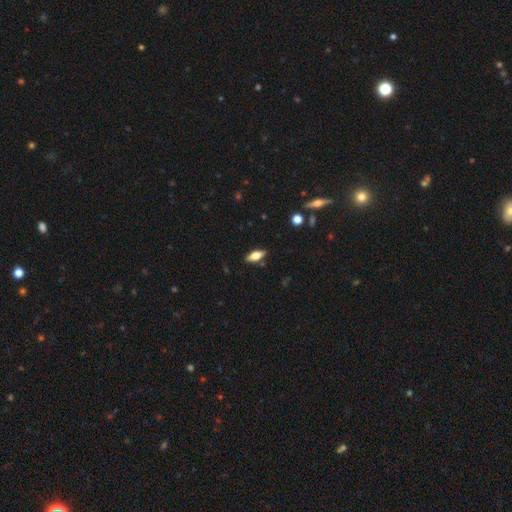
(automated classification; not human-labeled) Overall: smooth (61%; featured or disk 32%). How rounded: in between (77%). Merging: none (85%).